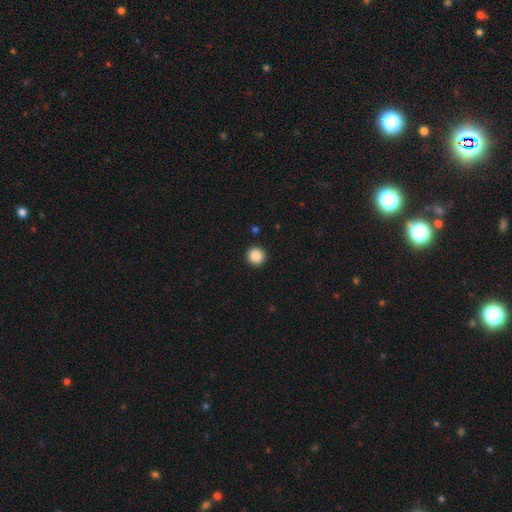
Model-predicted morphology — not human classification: type=smooth (87%); roundness=round (96%); merging=none (93%).